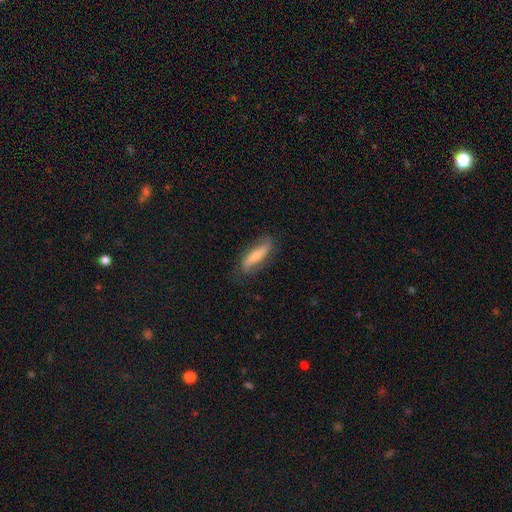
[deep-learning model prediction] Smooth or featured?
  - featured or disk: 50% *
  - smooth: 44%
  - star or artifact: 7%
Merging?
  - none: 74% *
  - minor disturbance: 18%
  - major disturbance: 6%
  - merger: 2%